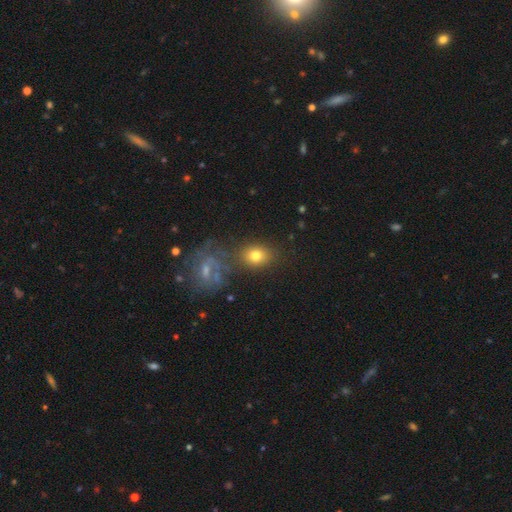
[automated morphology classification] Smooth or featured: smooth — 75% (featured or disk — 14%)
How rounded: in between — 51% (round — 48%)
Merging: none — 70% (minor disturbance — 13%)